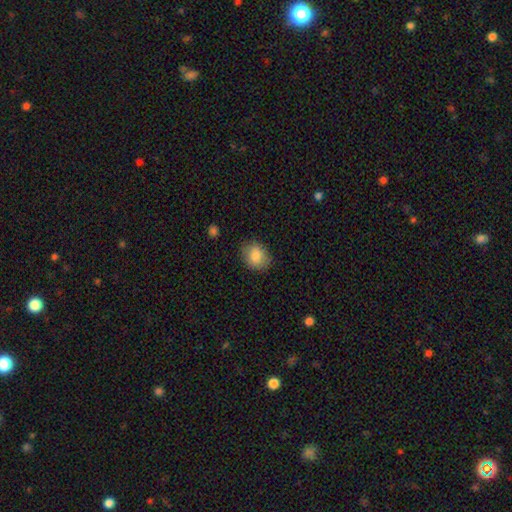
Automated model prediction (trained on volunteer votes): Morphology: type=smooth (84%); roundness=round (50%); merging=none (84%).